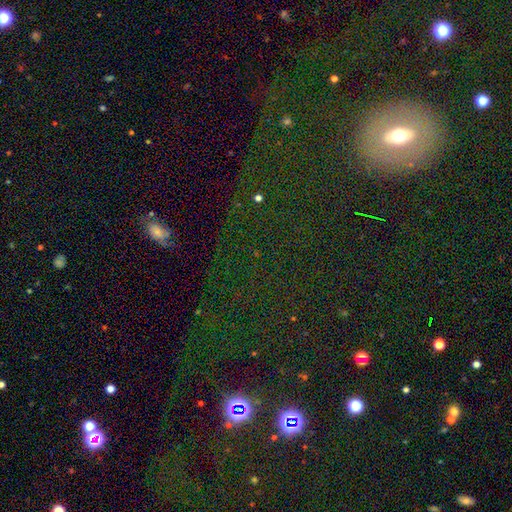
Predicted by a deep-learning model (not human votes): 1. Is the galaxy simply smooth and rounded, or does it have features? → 56% star or artifact, 26% smooth, 18% featured or disk.